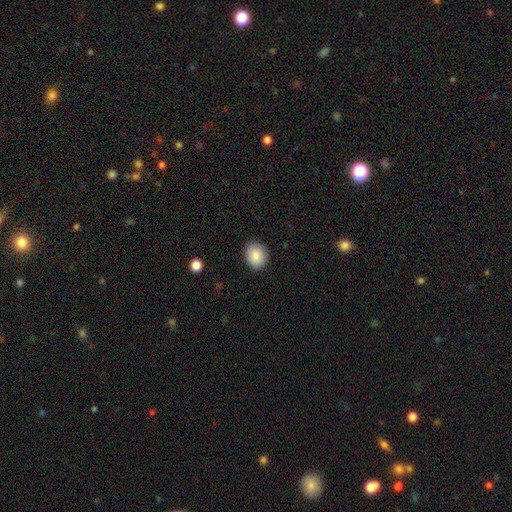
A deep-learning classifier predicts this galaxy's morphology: smooth-or-featured: smooth: 86% | star or artifact: 8% | featured or disk: 6%
  how-rounded: round: 60% | in between: 39% | cigar-shaped: 1%
  merging: none: 88% | minor disturbance: 9% | major disturbance: 2% | merger: 1%